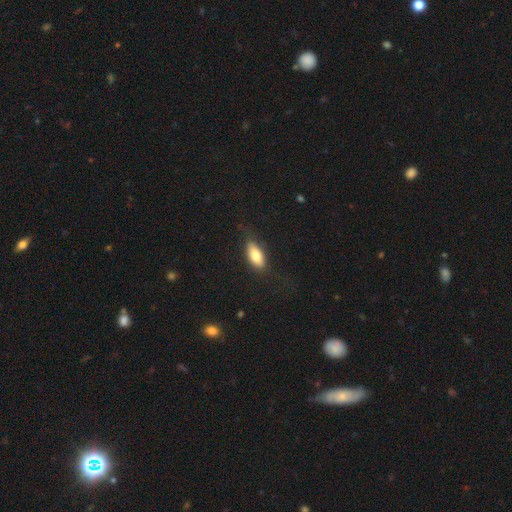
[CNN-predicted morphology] Smooth or featured? Predicted: smooth (p=0.78). How rounded? Predicted: in between (p=0.85). Merging? Predicted: none (p=0.76).